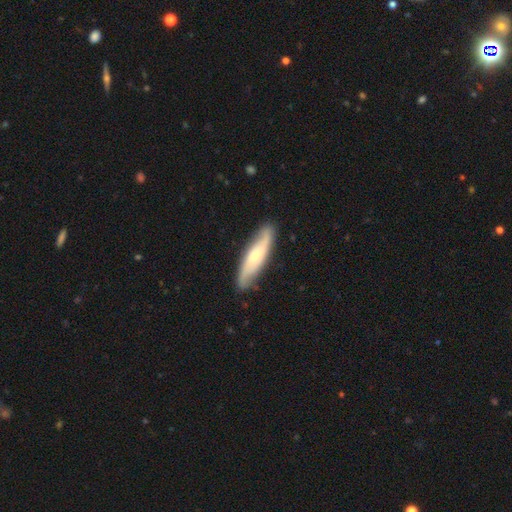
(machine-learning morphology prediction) Q: Smooth or featured?
A: featured or disk (55%); runner-up: smooth (39%)
Q: Edge-on disk?
A: no (64%); runner-up: yes (36%)
Q: Merging?
A: none (83%); runner-up: minor disturbance (13%)